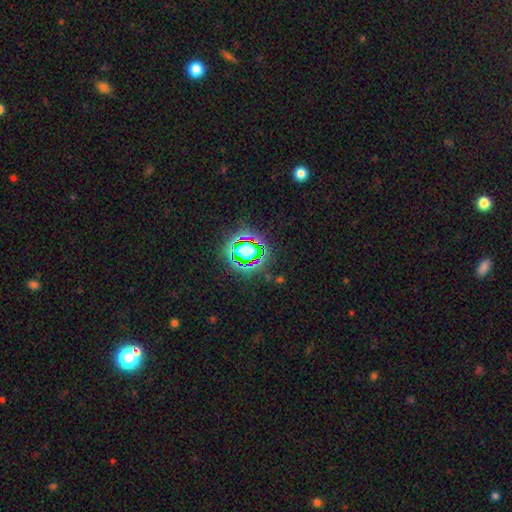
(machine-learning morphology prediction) star or artifact 77%, smooth 14%, featured or disk 8%.